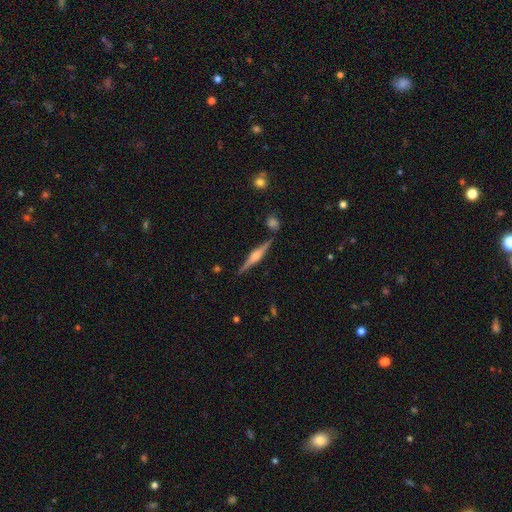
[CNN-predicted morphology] This appears to be a featured or disk galaxy (79%) viewed edge-on (98%) with a rounded central bulge (75%). Merging: none (87%).